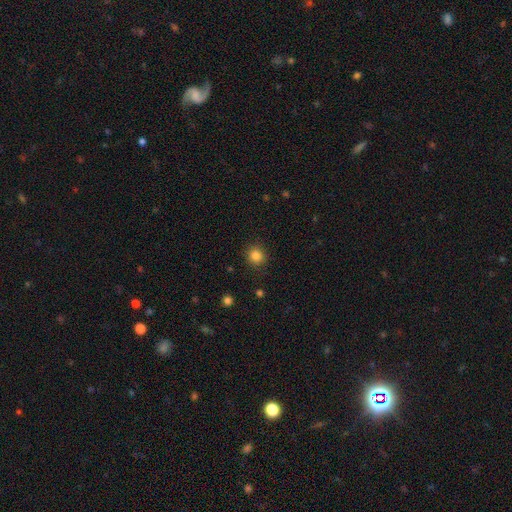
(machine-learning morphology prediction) smooth_or_featured: smooth (p=0.84) [alt: star or artifact p=0.12]
how_rounded: round (p=0.90) [alt: in between p=0.09]
merging: none (p=0.89) [alt: minor disturbance p=0.07]